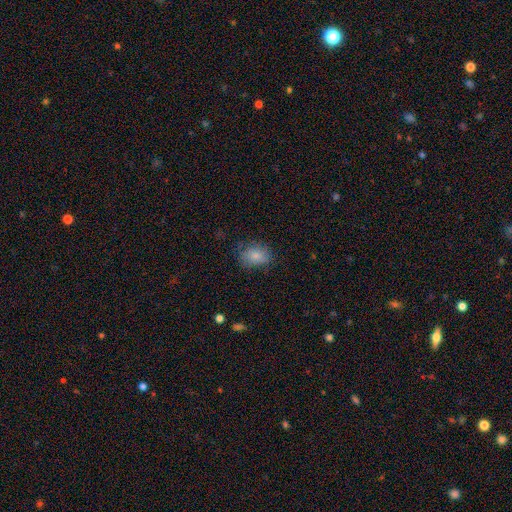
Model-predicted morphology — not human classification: Q: Smooth or featured?
A: smooth (81%); runner-up: featured or disk (10%)
Q: How rounded?
A: in between (67%); runner-up: round (32%)
Q: Merging?
A: none (71%); runner-up: minor disturbance (21%)